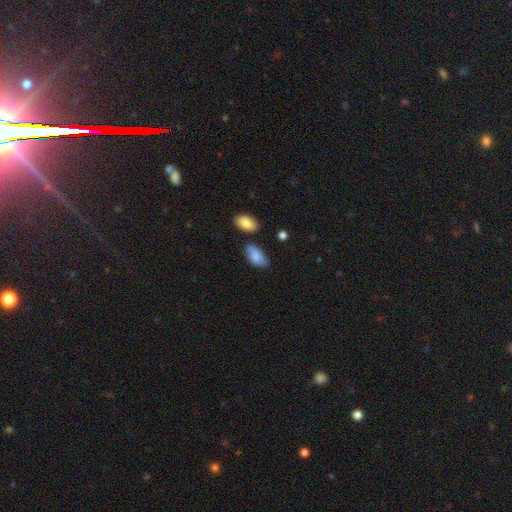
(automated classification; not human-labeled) smooth 83%, featured or disk 11%, star or artifact 7%. Down the decision tree: how rounded — in between (93%); merging — none (65%).